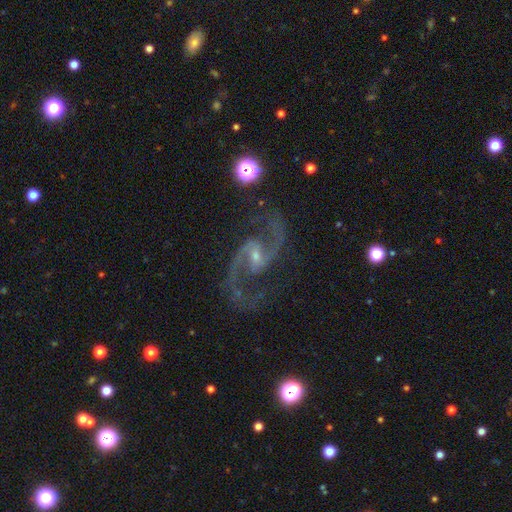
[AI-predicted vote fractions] Smooth or featured? featured or disk (93%)
Edge-on disk? no (98%)
Bar? weak (50%)
Spiral arms? yes (98%)
Spiral winding? medium (54%)
Spiral arm count? 2 (95%)
Bulge size? small (65%)
Merging? none (78%)